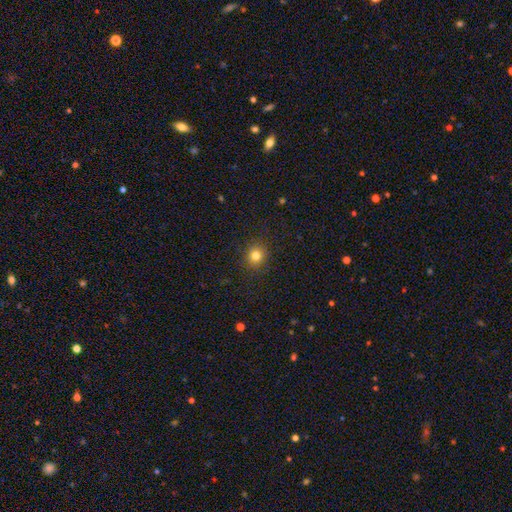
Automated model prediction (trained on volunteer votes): A smooth galaxy with no disk features (80%) that is round (86%). Merging: none (90%).